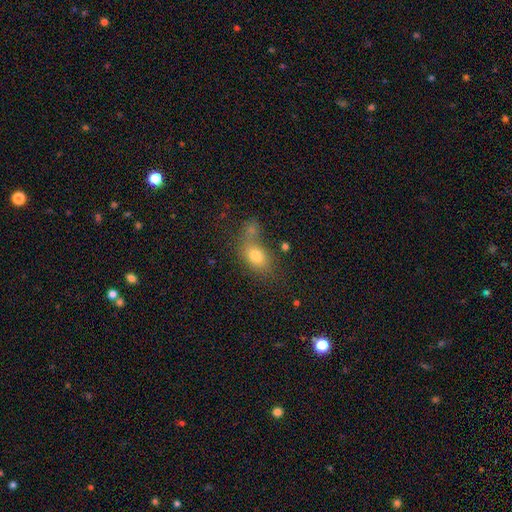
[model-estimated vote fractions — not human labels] The model was most divided on "merging": none: 43%, merger: 34%, minor disturbance: 15%, major disturbance: 9%. More confident: smooth or featured — smooth (77%); how rounded — in between (76%).